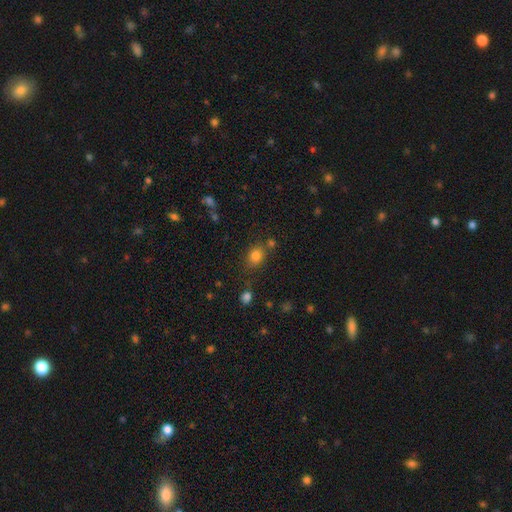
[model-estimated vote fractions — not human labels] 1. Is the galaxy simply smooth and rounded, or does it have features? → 82% smooth, 13% star or artifact, 6% featured or disk.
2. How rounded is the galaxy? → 52% round, 47% in between, 1% cigar-shaped.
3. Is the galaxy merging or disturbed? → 71% none, 15% minor disturbance, 9% merger, 5% major disturbance.